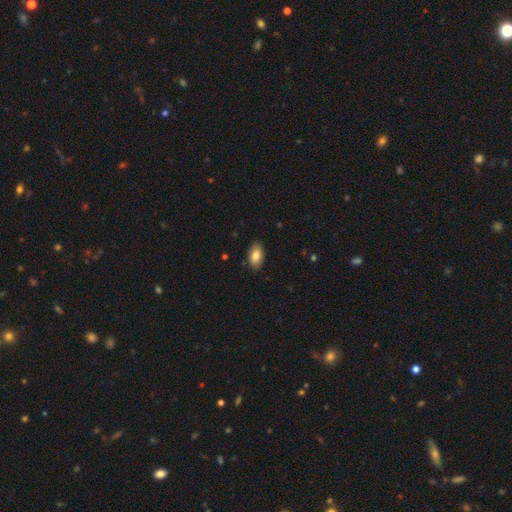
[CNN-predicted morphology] smooth 83%, featured or disk 10%, star or artifact 7%. Down the decision tree: how rounded — in between (93%); merging — none (86%).